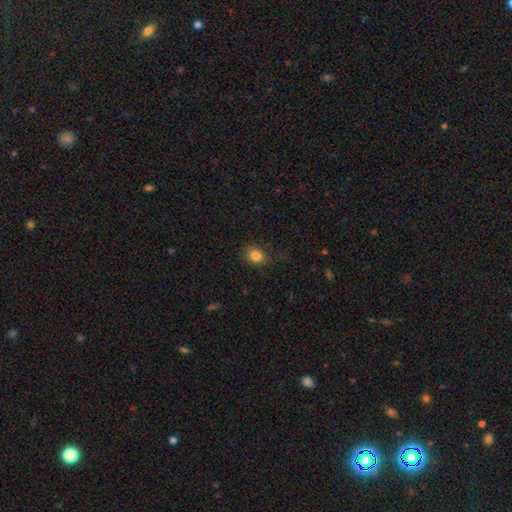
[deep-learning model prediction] A smooth galaxy with no disk features (83%) that is round (72%). Merging: none (81%).